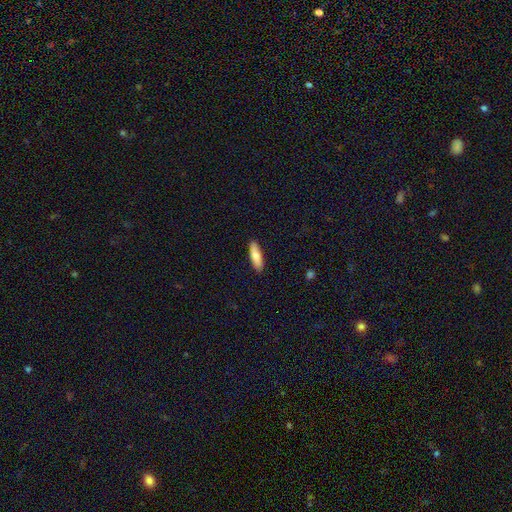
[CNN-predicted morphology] A smooth galaxy with no disk features (78%) that is cigar-shaped (56%).

Vote fractions:
- Smooth or featured? smooth: 78% / featured or disk: 16% / star or artifact: 6%
- How rounded? cigar-shaped: 56% / in between: 42% / round: 2%
- Merging? none: 89% / minor disturbance: 8% / major disturbance: 2% / merger: 1%